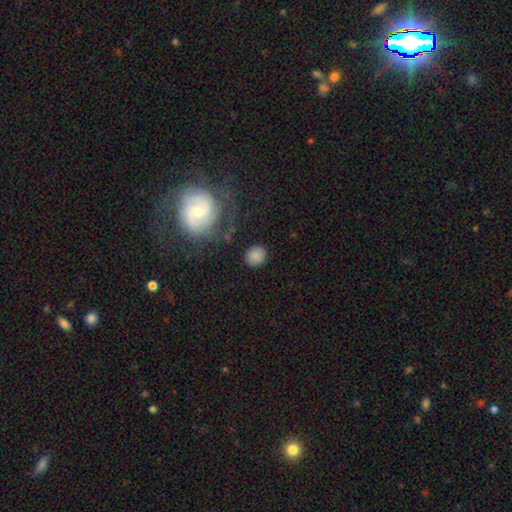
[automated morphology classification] smooth-or-featured: smooth: 81% | star or artifact: 10% | featured or disk: 10%
  how-rounded: round: 72% | in between: 26% | cigar-shaped: 1%
  merging: none: 80% | minor disturbance: 11% | major disturbance: 5% | merger: 4%